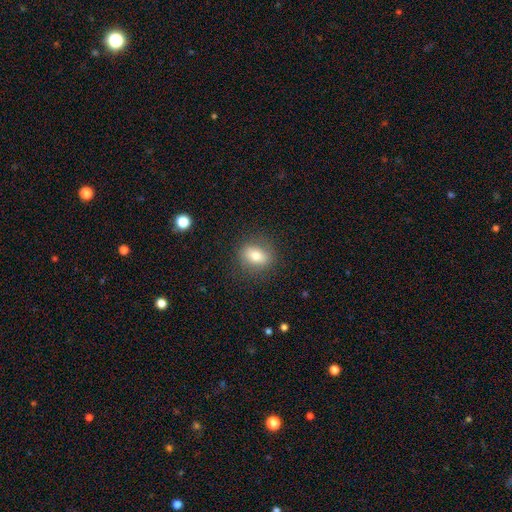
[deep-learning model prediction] Smooth or featured?
  - smooth: 74% *
  - featured or disk: 16%
  - star or artifact: 10%
How rounded?
  - in between: 60% *
  - round: 38%
  - cigar-shaped: 2%
Merging?
  - none: 84% *
  - minor disturbance: 11%
  - major disturbance: 4%
  - merger: 1%